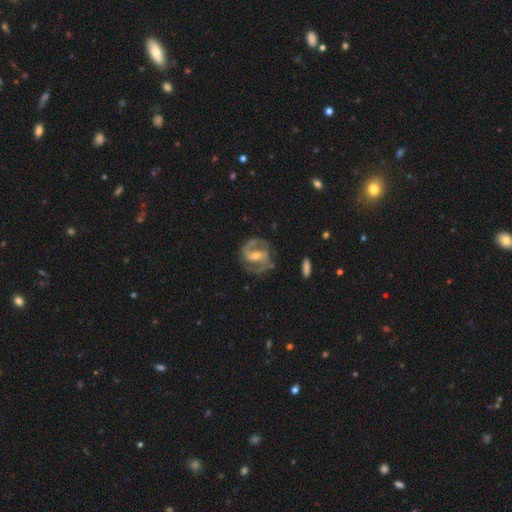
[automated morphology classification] Smooth or featured: featured or disk — 90% (smooth — 6%)
Edge-on disk: no — 97% (yes — 3%)
Bar: weak — 42% (strong — 41%)
Spiral arms: yes — 97% (no — 3%)
Spiral winding: medium — 57% (tight — 26%)
Spiral arm count: 2 — 90% (can't tell — 3%)
Bulge size: moderate — 51% (small — 45%)
Merging: none — 79% (minor disturbance — 14%)